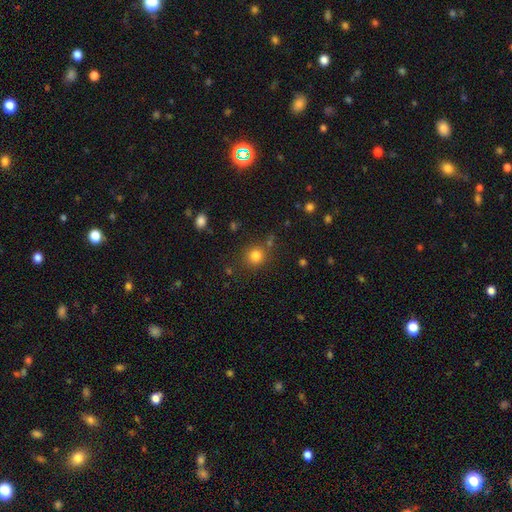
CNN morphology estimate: This appears to be a smooth galaxy with no disk features (81%) that is round (88%). Merging: none (80%).